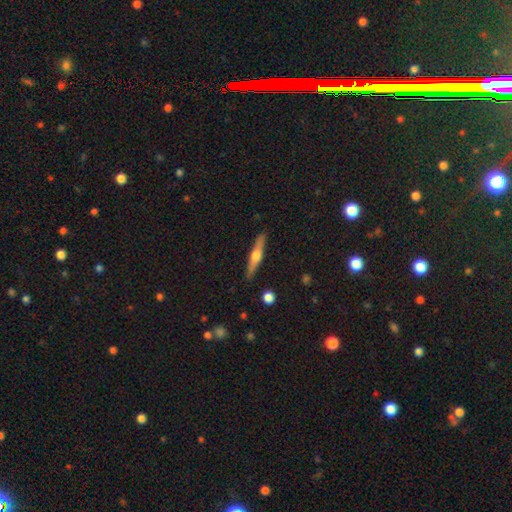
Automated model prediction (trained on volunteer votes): This is likely a featured or disk galaxy (65%). It is clearly viewed edge-on (97%). Edge-on bulge: clearly rounded (91%). Merging: clearly none (89%).